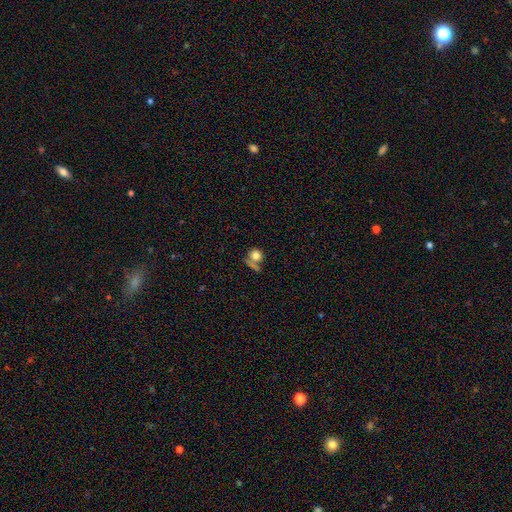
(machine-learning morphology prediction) Smooth or featured? Predicted: smooth (p=0.76). How rounded? Predicted: round (p=0.82). Merging? Predicted: none (p=0.51).